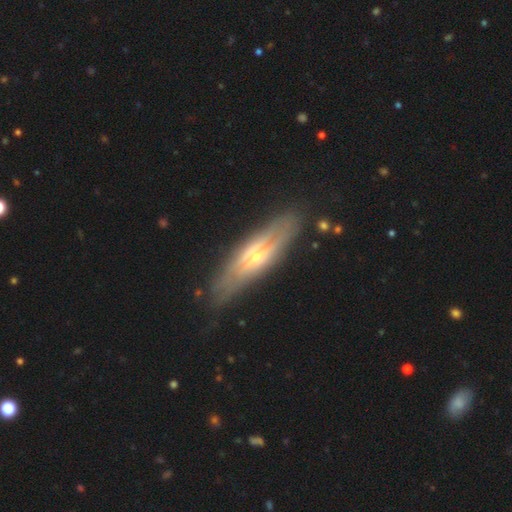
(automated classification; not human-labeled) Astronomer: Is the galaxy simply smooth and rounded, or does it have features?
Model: featured or disk — 77%.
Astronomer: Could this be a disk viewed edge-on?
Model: yes — 78%.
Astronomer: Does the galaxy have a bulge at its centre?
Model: rounded — 80%.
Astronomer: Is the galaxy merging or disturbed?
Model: none — 81%.